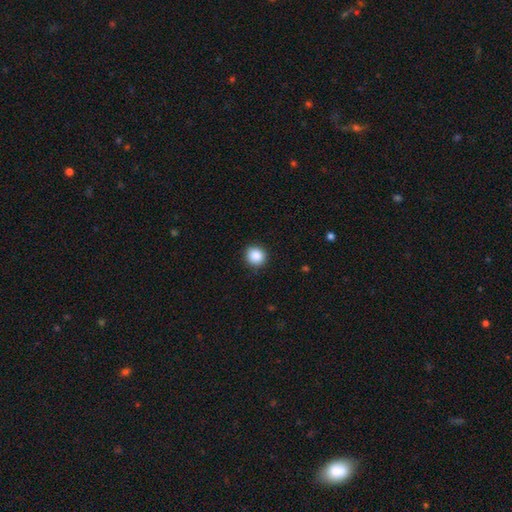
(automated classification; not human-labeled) Smooth or featured? smooth (88%)
How rounded? round (87%)
Merging? none (90%)